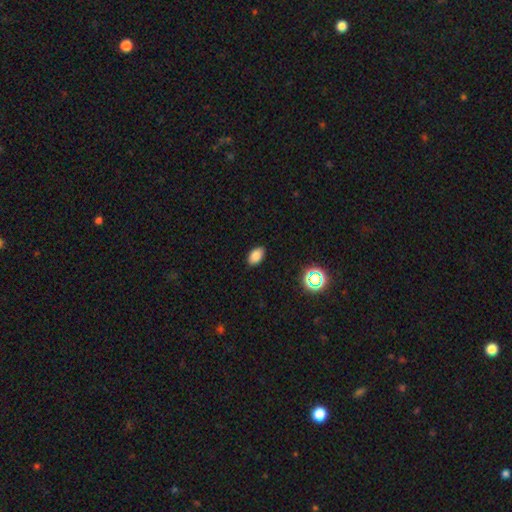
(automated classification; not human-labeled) Smooth or featured?
  - smooth: 83% *
  - star or artifact: 12%
  - featured or disk: 5%
How rounded?
  - in between: 91% *
  - round: 8%
  - cigar-shaped: 1%
Merging?
  - none: 88% *
  - minor disturbance: 9%
  - major disturbance: 2%
  - merger: 1%